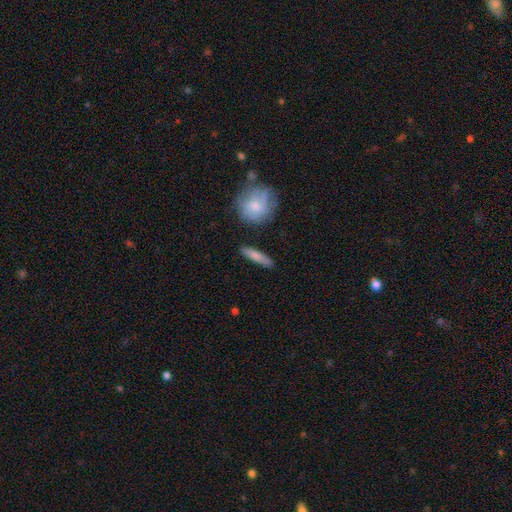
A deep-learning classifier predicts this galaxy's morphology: Q: Smooth or featured?
A: smooth (74%); runner-up: featured or disk (20%)
Q: How rounded?
A: cigar-shaped (81%); runner-up: in between (16%)
Q: Merging?
A: none (85%); runner-up: minor disturbance (10%)